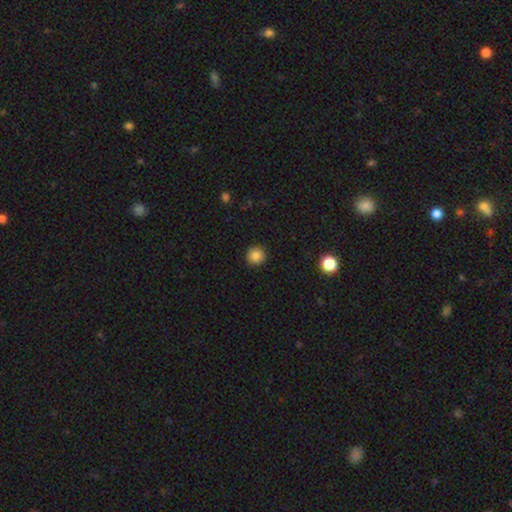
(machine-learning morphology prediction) Smooth or featured: smooth — 84% (star or artifact — 10%)
How rounded: round — 94% (in between — 5%)
Merging: none — 92% (minor disturbance — 5%)